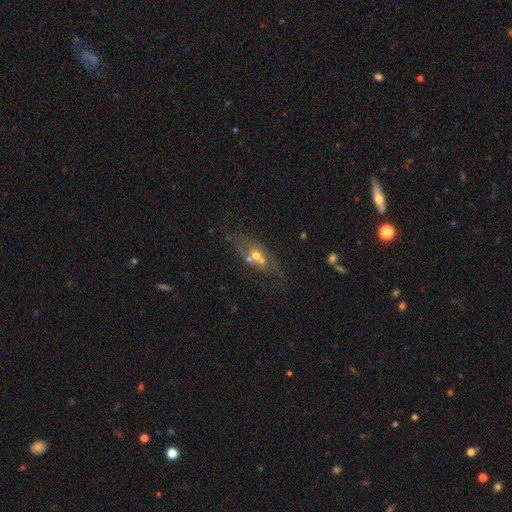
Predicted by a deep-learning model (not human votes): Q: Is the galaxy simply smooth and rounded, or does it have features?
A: featured or disk — 55%.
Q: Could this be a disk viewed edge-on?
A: no — 78%.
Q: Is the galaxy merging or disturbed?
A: none — 46%.